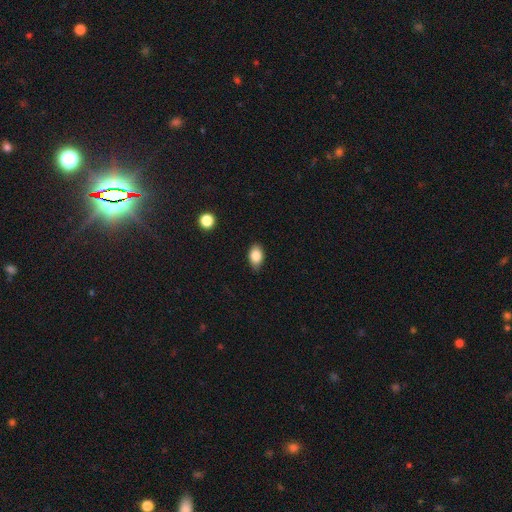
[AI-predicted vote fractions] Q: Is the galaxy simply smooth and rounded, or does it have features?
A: smooth — 85%.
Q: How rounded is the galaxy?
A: in between — 87%.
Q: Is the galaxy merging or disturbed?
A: none — 79%.